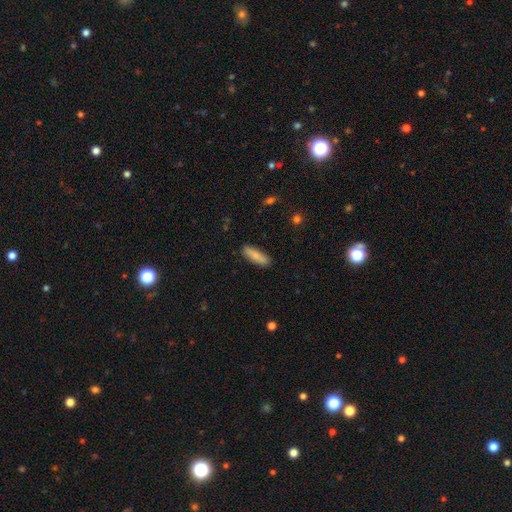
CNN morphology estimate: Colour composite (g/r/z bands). It shows a smooth galaxy with no disk features (81%) that is cigar-shaped (56%). Merging: none (88%).